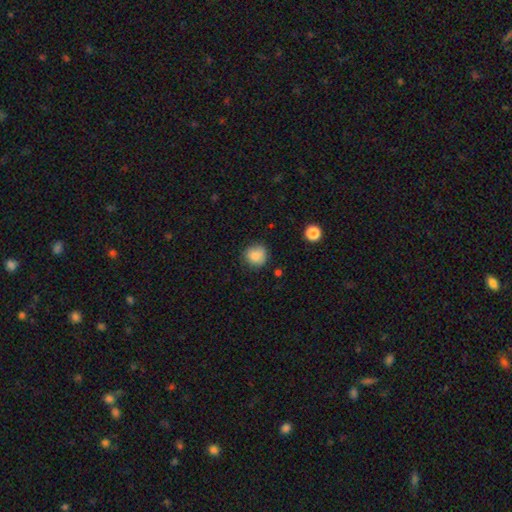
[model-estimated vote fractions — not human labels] smooth 86%, star or artifact 10%, featured or disk 5%. Down the decision tree: how rounded — round (89%); merging — none (79%).